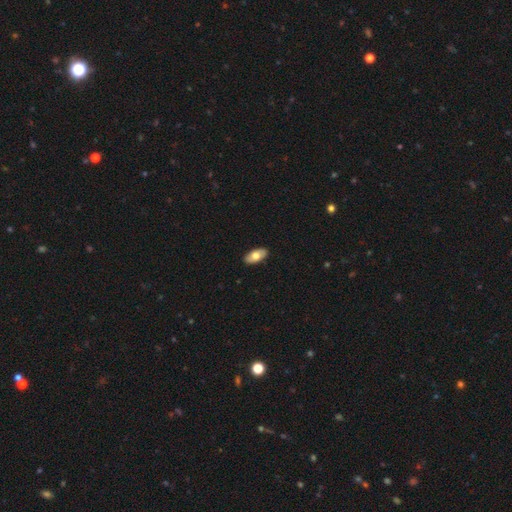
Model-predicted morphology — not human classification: A smooth galaxy with no disk features (72%) that is in between round and cigar-shaped (92%).

Vote fractions:
- Smooth or featured? smooth: 72% / featured or disk: 22% / star or artifact: 6%
- How rounded? in between: 92% / cigar-shaped: 5% / round: 3%
- Merging? none: 90% / minor disturbance: 7% / major disturbance: 1% / merger: 1%